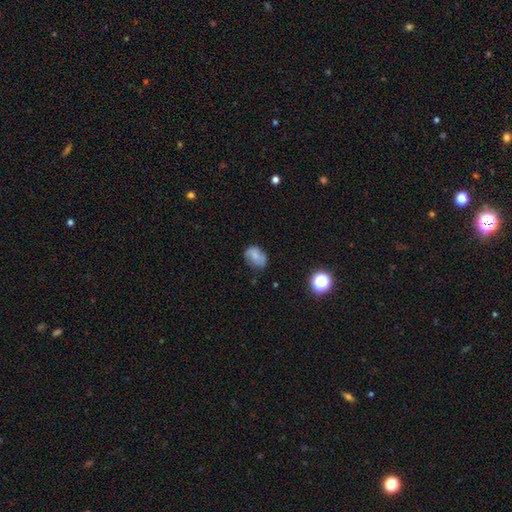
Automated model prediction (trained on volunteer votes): Smooth or featured? Predicted: smooth (p=0.53). How rounded? Predicted: in between (p=0.75). Merging? Predicted: none (p=0.62).